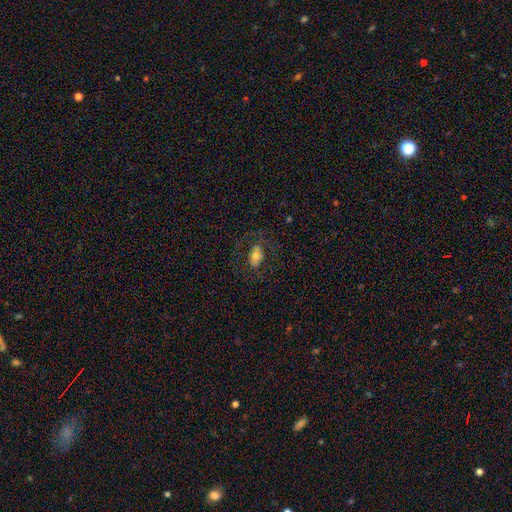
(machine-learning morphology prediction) The model was most divided on "smooth or featured": smooth: 60%, featured or disk: 30%, star or artifact: 10%. More confident: how rounded — in between (88%); merging — none (69%).